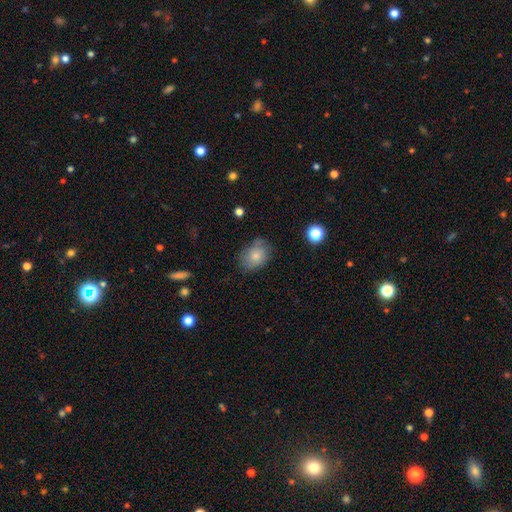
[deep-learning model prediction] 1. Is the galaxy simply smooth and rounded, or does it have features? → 77% smooth, 15% featured or disk, 8% star or artifact.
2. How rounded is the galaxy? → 68% in between, 31% round, 1% cigar-shaped.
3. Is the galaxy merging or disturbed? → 68% none, 23% minor disturbance, 6% major disturbance, 2% merger.